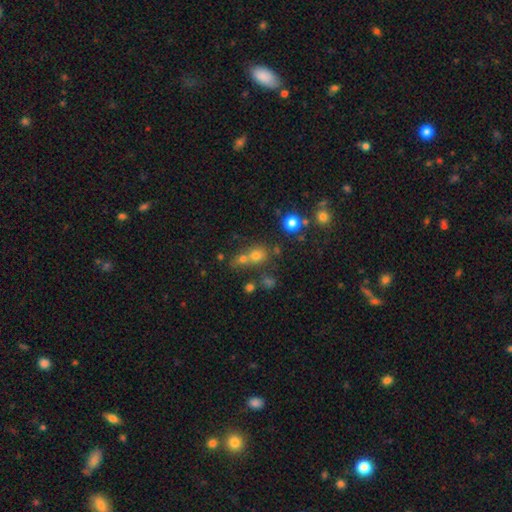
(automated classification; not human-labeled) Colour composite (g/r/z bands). It shows a smooth galaxy with no disk features (66%) that is round (74%). Merging: none (44%).